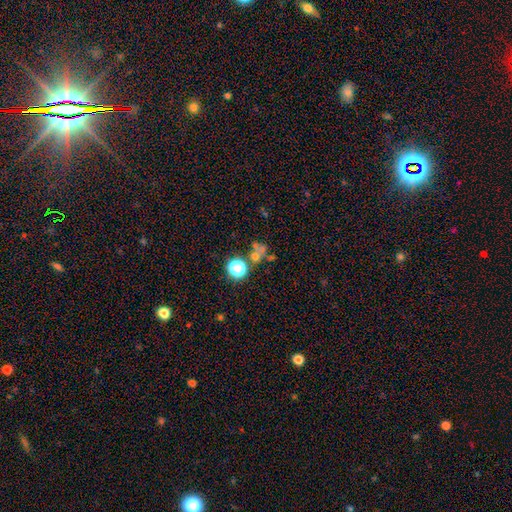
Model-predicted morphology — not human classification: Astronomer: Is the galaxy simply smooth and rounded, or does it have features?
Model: smooth — 49% (runner-up: star or artifact, 34%).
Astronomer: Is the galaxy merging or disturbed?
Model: none — 43% (runner-up: merger, 35%).